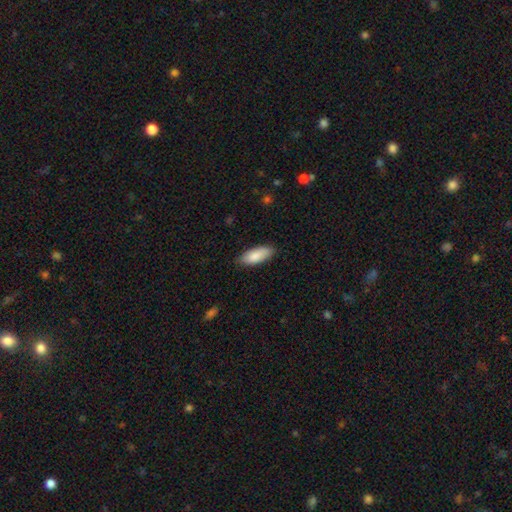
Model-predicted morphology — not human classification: A smooth galaxy with no disk features (87%) that is in between round and cigar-shaped (80%). Merging: none (82%).